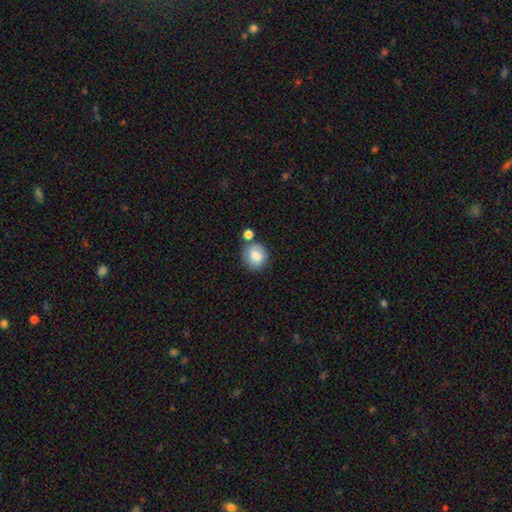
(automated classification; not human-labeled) A smooth galaxy with no disk features (80%) that is round (81%).

Vote fractions:
- Smooth or featured? smooth: 80% / featured or disk: 12% / star or artifact: 9%
- How rounded? round: 81% / in between: 18% / cigar-shaped: 1%
- Merging? none: 68% / merger: 15% / minor disturbance: 13% / major disturbance: 3%